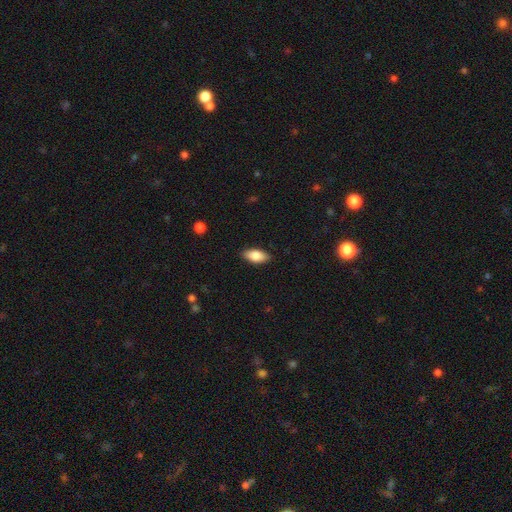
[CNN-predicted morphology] Smooth or featured?
  - smooth: 80% *
  - featured or disk: 13%
  - star or artifact: 7%
How rounded?
  - in between: 88% *
  - cigar-shaped: 9%
  - round: 3%
Merging?
  - none: 88% *
  - minor disturbance: 9%
  - major disturbance: 2%
  - merger: 1%